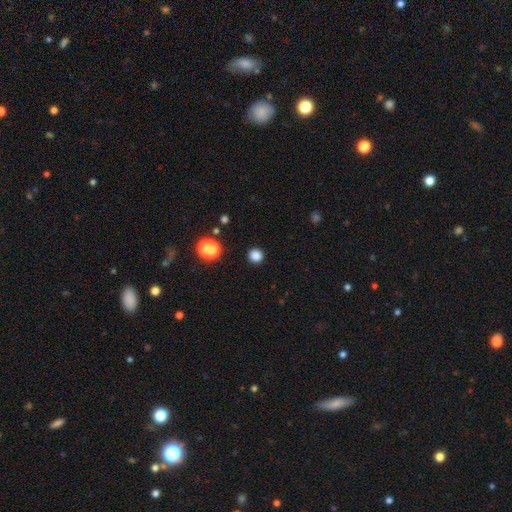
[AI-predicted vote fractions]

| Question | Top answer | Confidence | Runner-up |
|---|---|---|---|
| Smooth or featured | smooth | 83% | star or artifact (14%) |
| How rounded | round | 92% | in between (7%) |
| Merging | none | 89% | minor disturbance (6%) |